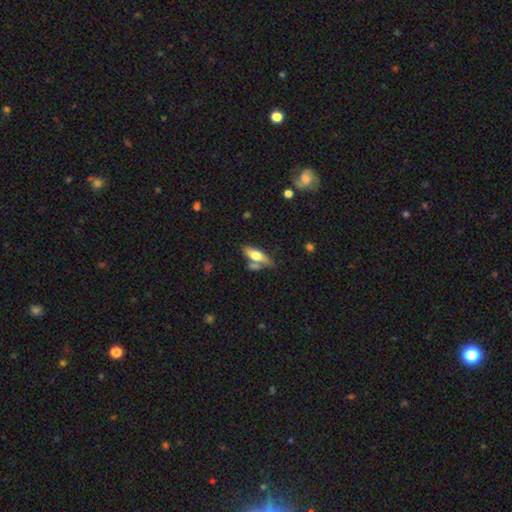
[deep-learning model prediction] A smooth galaxy with no disk features (57%) that is in between round and cigar-shaped (57%). Merging: none (54%).